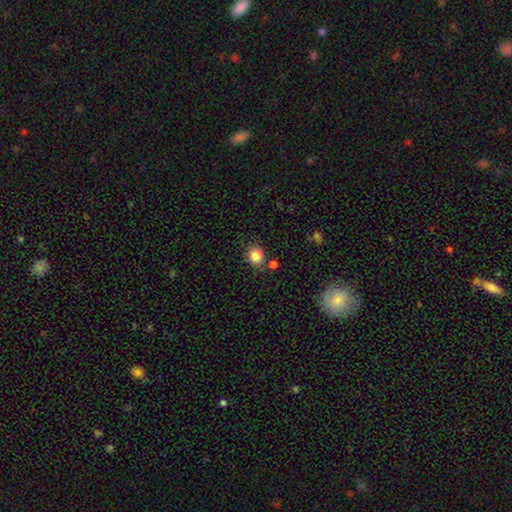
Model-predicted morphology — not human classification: A smooth galaxy with no disk features (86%) that is round (79%).

Vote fractions:
- Smooth or featured? smooth: 86% / star or artifact: 10% / featured or disk: 4%
- How rounded? round: 79% / in between: 20% / cigar-shaped: 1%
- Merging? none: 77% / minor disturbance: 11% / merger: 8% / major disturbance: 3%